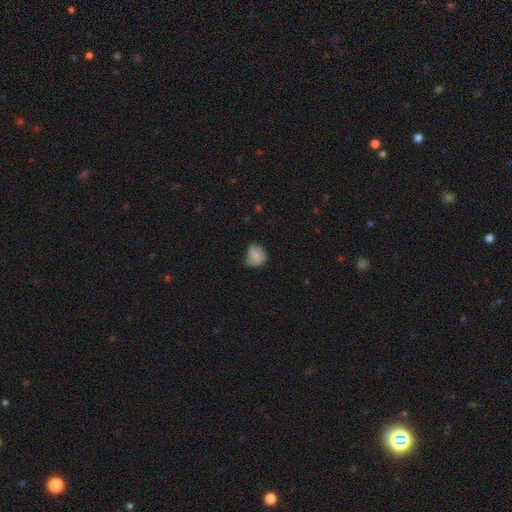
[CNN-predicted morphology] The model was most divided on "merging": minor disturbance: 44%, none: 39%, major disturbance: 14%, merger: 2%. More confident: smooth or featured — smooth (73%); how rounded — round (59%).